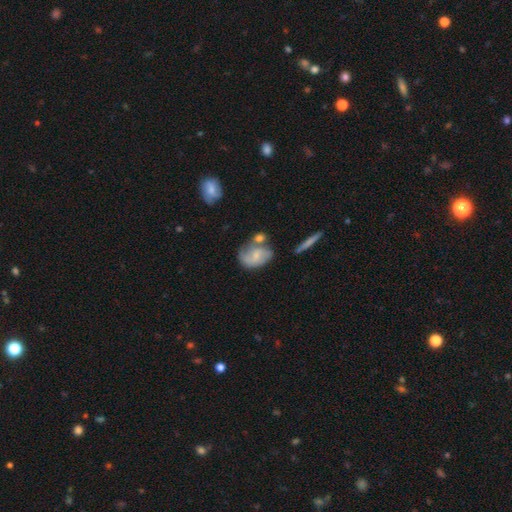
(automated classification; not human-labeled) featured or disk 48%, smooth 44%, star or artifact 8%. Down the decision tree: merging — none (40%).